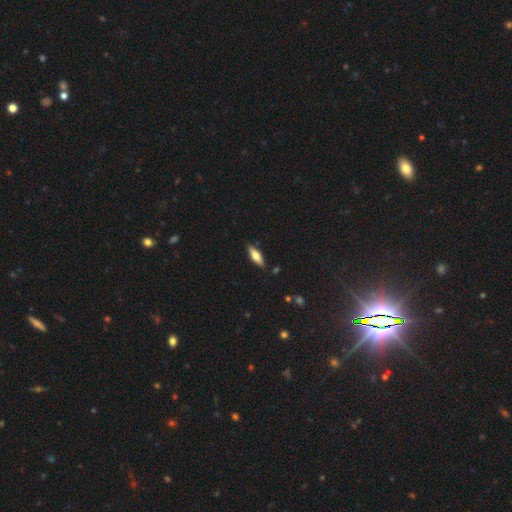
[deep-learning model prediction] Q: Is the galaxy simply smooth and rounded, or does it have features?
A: smooth — 60%.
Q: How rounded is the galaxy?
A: in between — 54%.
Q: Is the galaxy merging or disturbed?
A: none — 87%.